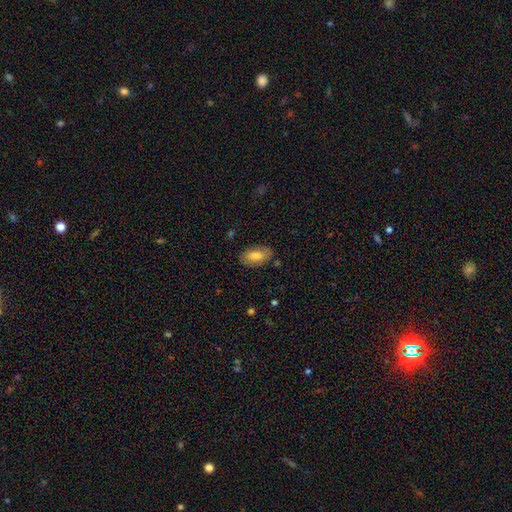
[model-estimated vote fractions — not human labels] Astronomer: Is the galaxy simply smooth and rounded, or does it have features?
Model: smooth — 75%.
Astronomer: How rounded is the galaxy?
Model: in between — 93%.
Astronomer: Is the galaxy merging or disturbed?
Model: none — 80%.